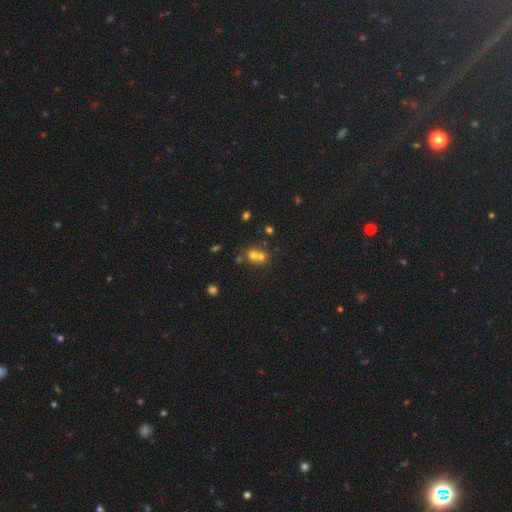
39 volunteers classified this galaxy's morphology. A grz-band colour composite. It shows a smooth galaxy with no disk features (77%) that is round (77%). Merging: merger (69%).